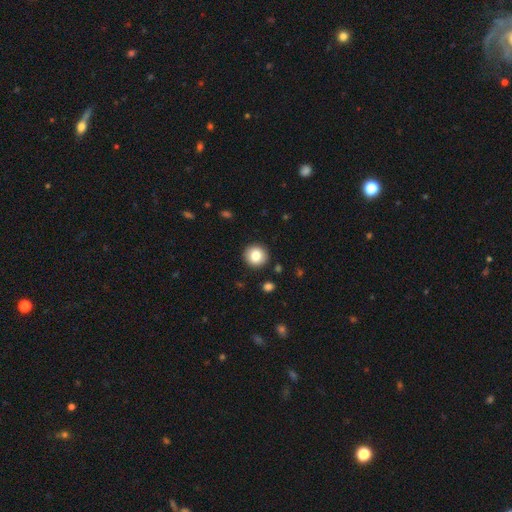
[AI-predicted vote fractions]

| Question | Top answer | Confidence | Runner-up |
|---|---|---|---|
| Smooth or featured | smooth | 82% | star or artifact (9%) |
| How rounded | round | 94% | in between (5%) |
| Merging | none | 92% | minor disturbance (5%) |